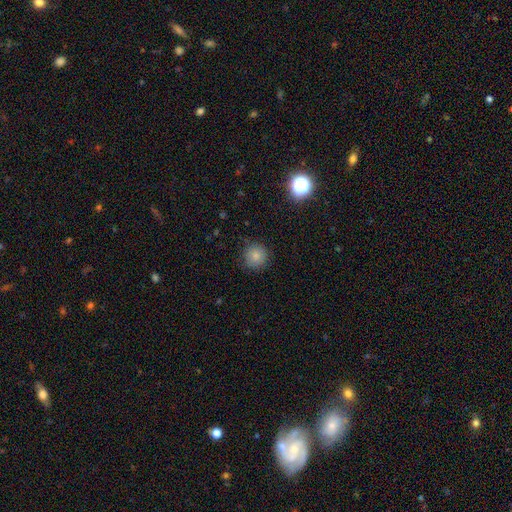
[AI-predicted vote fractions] Overall: smooth (83%). How rounded: round (94%). Merging: none (88%).